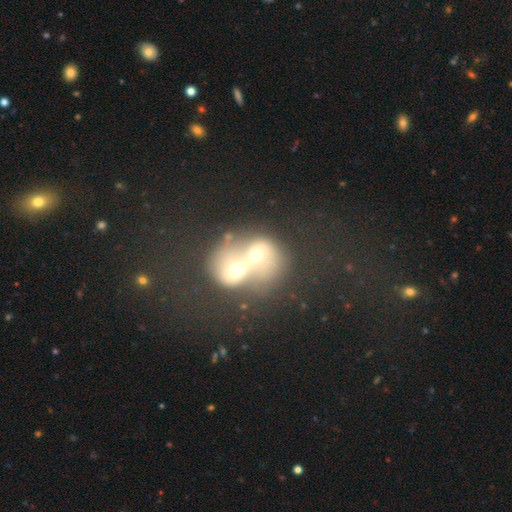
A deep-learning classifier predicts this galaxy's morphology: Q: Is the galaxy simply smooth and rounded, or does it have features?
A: smooth — 51%.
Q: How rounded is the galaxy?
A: round — 68%.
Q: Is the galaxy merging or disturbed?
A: merger — 84%.